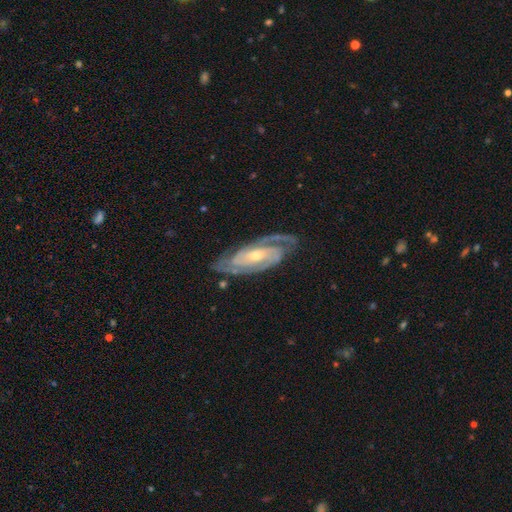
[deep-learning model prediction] smooth-or-featured: featured or disk: 91% | smooth: 5% | star or artifact: 4%
  disk-edge-on: no: 94% | yes: 6%
    bar: no: 52% | weak: 32% | strong: 17%
    has-spiral-arms: yes: 98% | no: 2%
      spiral-winding: tight: 65% | medium: 30% | loose: 5%
      spiral-arm-count: 2: 64% | 3: 17% | can't tell: 9% | 4: 4% | 1: 3% | more than 4: 3%
    bulge-size: small: 51% | moderate: 45% | large: 2% | none: 1% | dominant: 1%
  merging: none: 79% | minor disturbance: 15% | major disturbance: 5% | merger: 1%